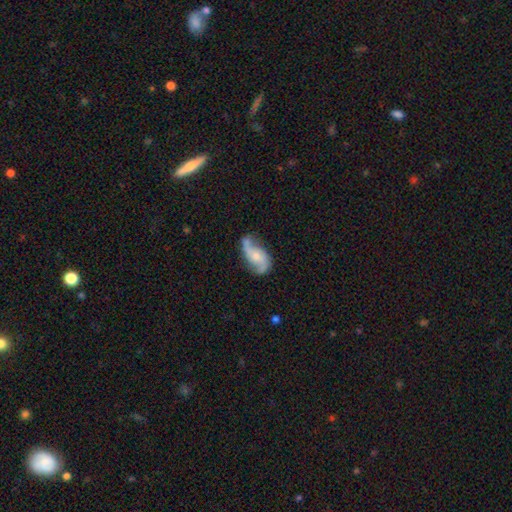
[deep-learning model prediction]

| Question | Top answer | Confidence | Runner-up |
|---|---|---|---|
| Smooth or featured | featured or disk | 77% | smooth (17%) |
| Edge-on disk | no | 96% | yes (4%) |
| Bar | no | 60% | weak (33%) |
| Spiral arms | yes | 93% | no (7%) |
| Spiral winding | loose | 61% | medium (30%) |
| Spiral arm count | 2 | 90% | can't tell (4%) |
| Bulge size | small | 47% | moderate (40%) |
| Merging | none | 57% | minor disturbance (26%) |